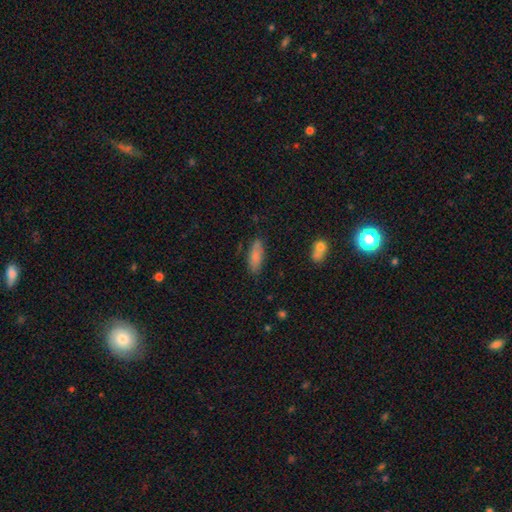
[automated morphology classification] A smooth galaxy with no disk features (83%) that is in between round and cigar-shaped (64%). Merging: none (79%).